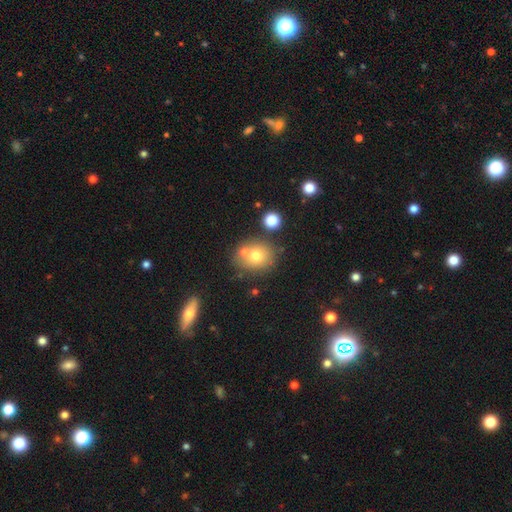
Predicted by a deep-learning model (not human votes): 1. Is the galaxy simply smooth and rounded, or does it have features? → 70% smooth, 16% featured or disk, 14% star or artifact.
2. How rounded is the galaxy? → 74% round, 25% in between, 1% cigar-shaped.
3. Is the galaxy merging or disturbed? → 62% none, 24% merger, 10% minor disturbance, 4% major disturbance.